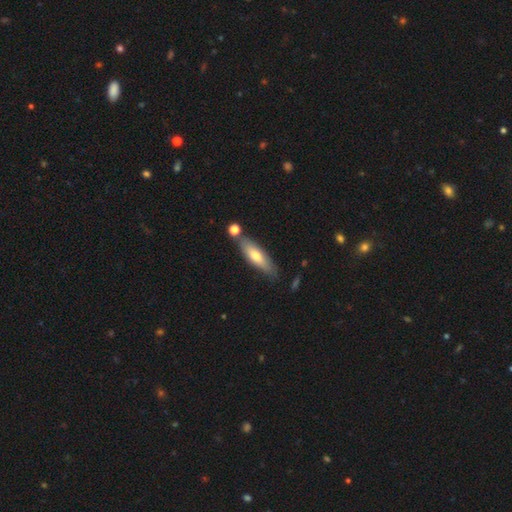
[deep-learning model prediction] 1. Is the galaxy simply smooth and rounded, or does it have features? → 63% smooth, 31% featured or disk, 6% star or artifact.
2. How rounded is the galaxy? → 57% cigar-shaped, 41% in between, 2% round.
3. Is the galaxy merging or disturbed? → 71% none, 14% minor disturbance, 11% merger, 3% major disturbance.